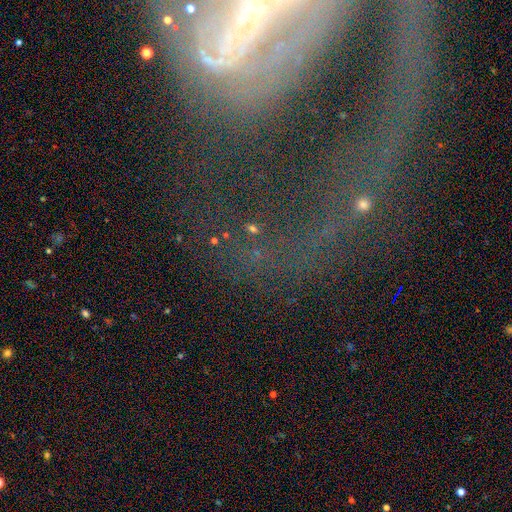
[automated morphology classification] Smooth or featured?
  - featured or disk: 59% *
  - star or artifact: 26%
  - smooth: 16%
Edge-on disk?
  - no: 84% *
  - yes: 16%
Merging?
  - none: 43% *
  - major disturbance: 33%
  - minor disturbance: 14%
  - merger: 10%